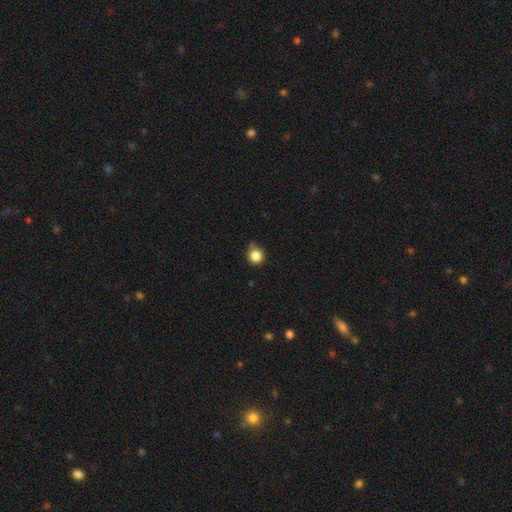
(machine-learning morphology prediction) A smooth galaxy with no disk features (84%) that is round (90%). Merging: none (64%).